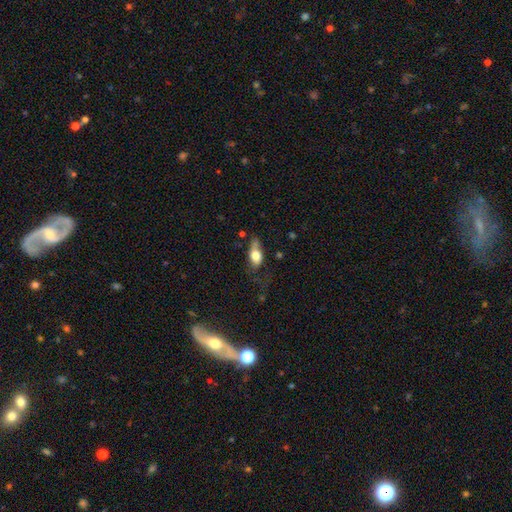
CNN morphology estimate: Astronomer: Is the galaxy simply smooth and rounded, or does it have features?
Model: smooth — 71%.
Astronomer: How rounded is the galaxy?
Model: in between — 79%.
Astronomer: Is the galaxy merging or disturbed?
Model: none — 36% (runner-up: minor disturbance, 33%).